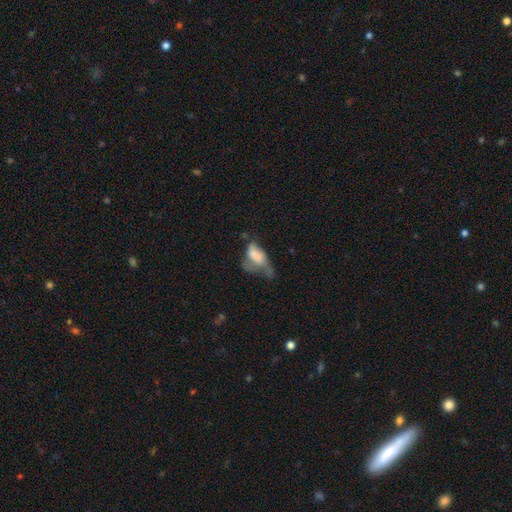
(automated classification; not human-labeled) A smooth galaxy with no disk features (59%) that is in between round and cigar-shaped (87%).

Vote fractions:
- Smooth or featured? smooth: 59% / featured or disk: 31% / star or artifact: 11%
- How rounded? in between: 87% / round: 7% / cigar-shaped: 6%
- Merging? major disturbance: 50% / minor disturbance: 20% / none: 16% / merger: 14%